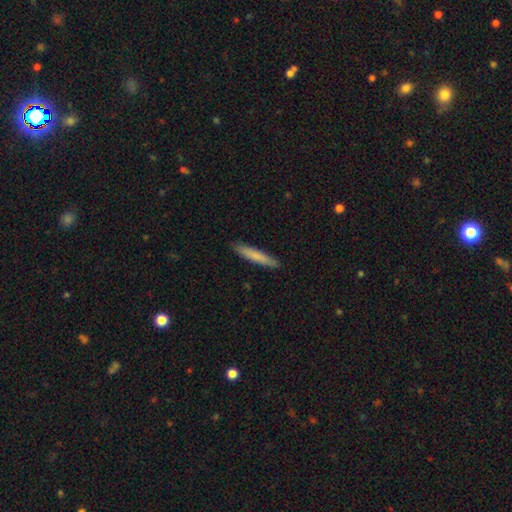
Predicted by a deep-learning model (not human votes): Smooth or featured?
  - smooth: 77% *
  - featured or disk: 18%
  - star or artifact: 5%
How rounded?
  - cigar-shaped: 93% *
  - in between: 6%
  - round: 1%
Merging?
  - none: 90% *
  - minor disturbance: 8%
  - major disturbance: 1%
  - merger: 1%